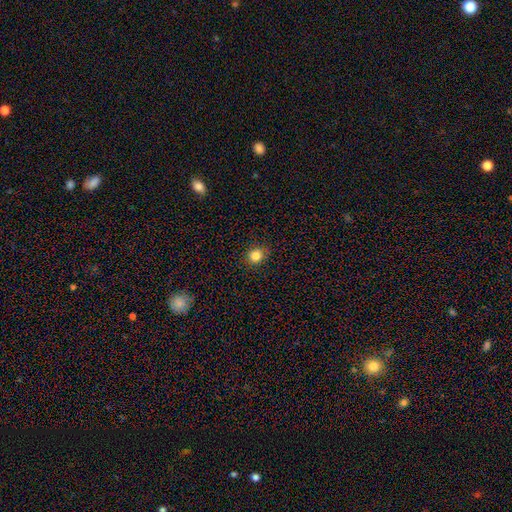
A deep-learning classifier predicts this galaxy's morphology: This appears to be a smooth galaxy with no disk features (83%) that is round (78%). Merging: none (88%).